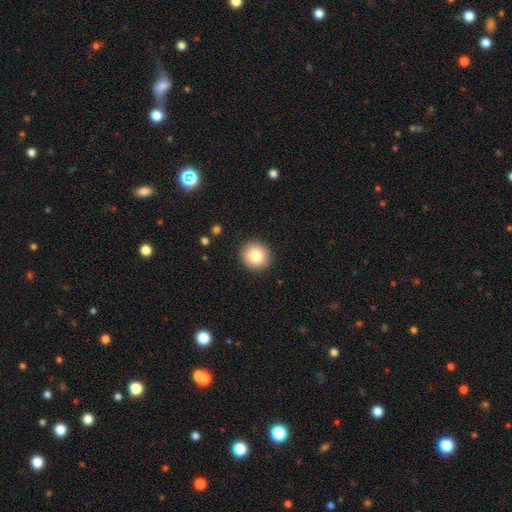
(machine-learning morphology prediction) A smooth galaxy with no disk features (84%) that is round (90%). Merging: none (90%).